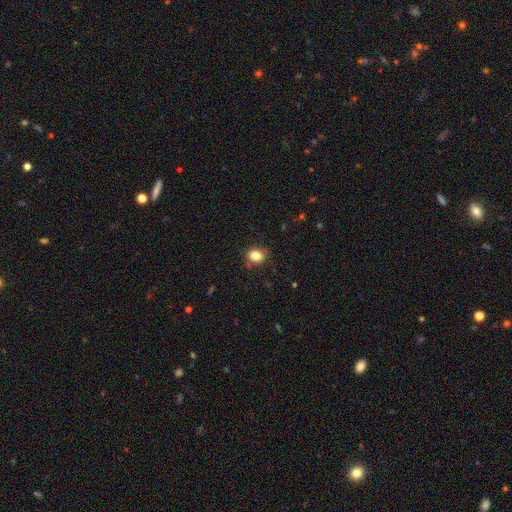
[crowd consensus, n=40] Smooth or featured?
  - smooth: 82% *
  - star or artifact: 10%
  - featured or disk: 8%
How rounded?
  - round: 52% *
  - in between: 48%
  - cigar-shaped: 0%
Merging?
  - none: 97% *
  - major disturbance: 3%
  - minor disturbance: 0%
  - merger: 0%